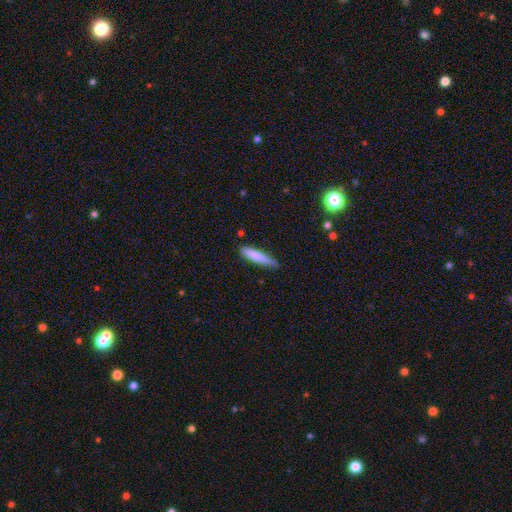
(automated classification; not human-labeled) Smooth or featured?
  - smooth: 79% *
  - featured or disk: 15%
  - star or artifact: 6%
How rounded?
  - cigar-shaped: 86% *
  - in between: 13%
  - round: 1%
Merging?
  - none: 69% *
  - minor disturbance: 25%
  - major disturbance: 4%
  - merger: 2%